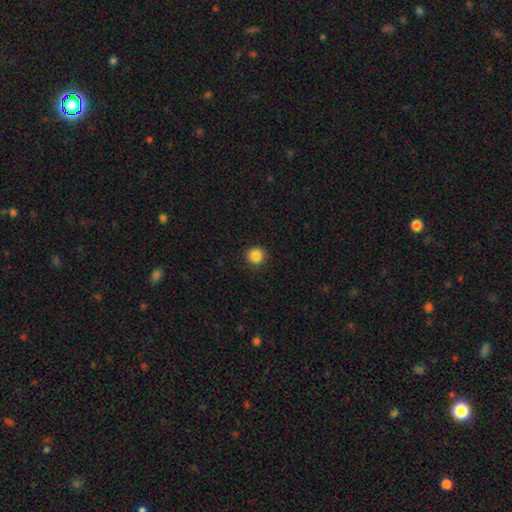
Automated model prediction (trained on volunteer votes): smooth 86%, star or artifact 10%, featured or disk 3%. Down the decision tree: how rounded — round (95%); merging — none (92%).